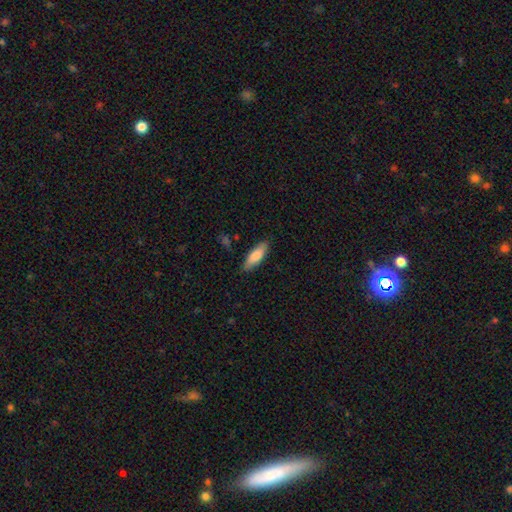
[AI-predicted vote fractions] Smooth or featured?
  - smooth: 81% *
  - featured or disk: 14%
  - star or artifact: 6%
How rounded?
  - in between: 56% *
  - cigar-shaped: 43%
  - round: 2%
Merging?
  - none: 84% *
  - minor disturbance: 12%
  - major disturbance: 2%
  - merger: 1%